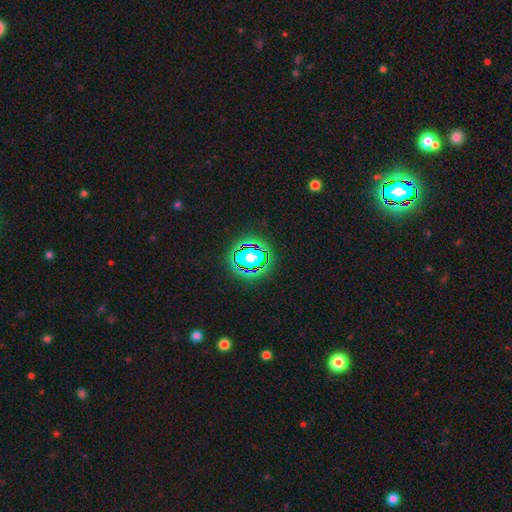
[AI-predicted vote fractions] star or artifact 55%, smooth 30%, featured or disk 15%.